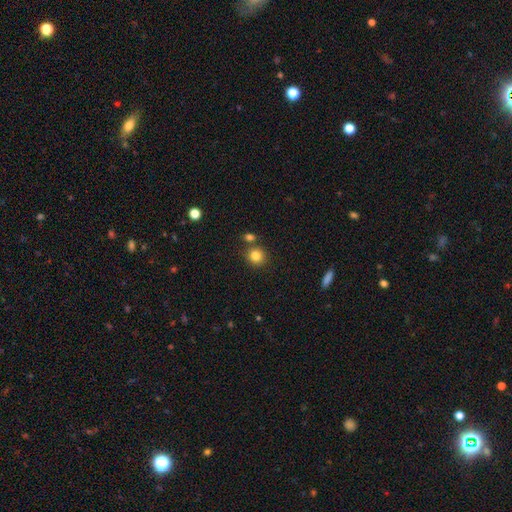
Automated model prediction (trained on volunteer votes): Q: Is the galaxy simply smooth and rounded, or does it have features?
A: smooth — 83%.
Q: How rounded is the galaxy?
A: round — 88%.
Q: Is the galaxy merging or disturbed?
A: none — 77%.